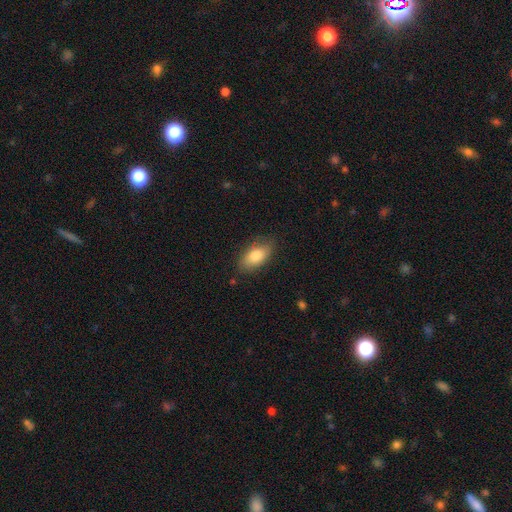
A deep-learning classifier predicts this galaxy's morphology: smooth_or_featured: smooth (p=0.81) [alt: featured or disk p=0.13]
how_rounded: in between (p=0.91) [alt: round p=0.04]
merging: none (p=0.80) [alt: minor disturbance p=0.15]